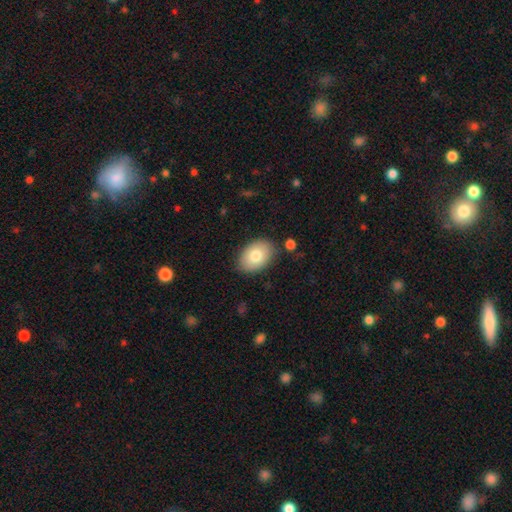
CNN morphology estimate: smooth-or-featured: smooth: 79% | featured or disk: 14% | star or artifact: 7%
  how-rounded: in between: 86% | round: 13% | cigar-shaped: 1%
  merging: none: 82% | minor disturbance: 13% | major disturbance: 3% | merger: 3%